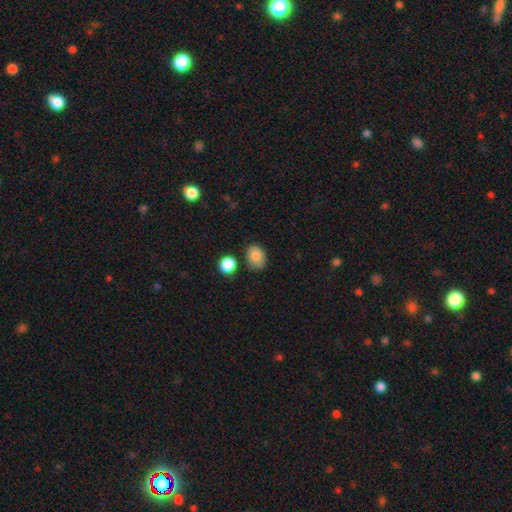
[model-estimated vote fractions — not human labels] smooth-or-featured: smooth: 85% | star or artifact: 9% | featured or disk: 7%
  how-rounded: in between: 65% | round: 34% | cigar-shaped: 1%
  merging: none: 74% | minor disturbance: 17% | merger: 5% | major disturbance: 4%